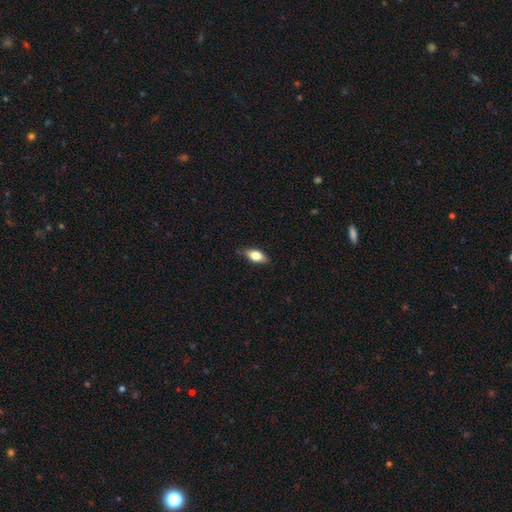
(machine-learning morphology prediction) smooth-or-featured: smooth: 72% | featured or disk: 21% | star or artifact: 7%
  how-rounded: in between: 83% | cigar-shaped: 12% | round: 5%
  merging: none: 80% | minor disturbance: 16% | major disturbance: 3% | merger: 1%